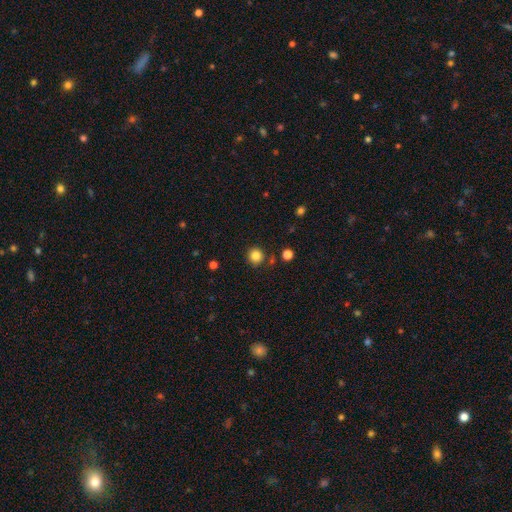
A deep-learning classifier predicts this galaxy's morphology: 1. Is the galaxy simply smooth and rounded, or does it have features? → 84% smooth, 12% star or artifact, 4% featured or disk.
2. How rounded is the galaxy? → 93% round, 6% in between, 1% cigar-shaped.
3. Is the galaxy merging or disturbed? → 86% none, 8% minor disturbance, 4% merger, 2% major disturbance.